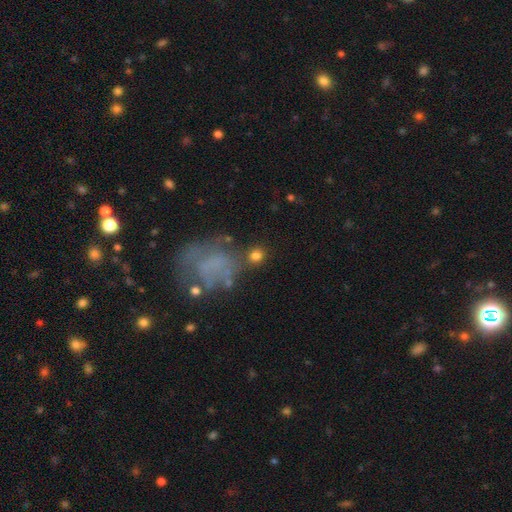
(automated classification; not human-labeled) Morphology: type=smooth (78%); roundness=round (84%); merging=none (73%).